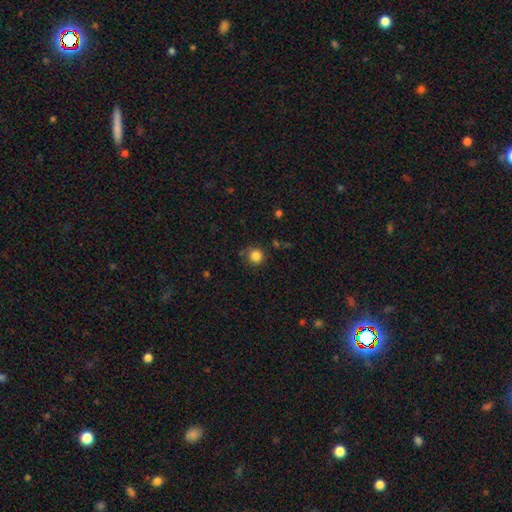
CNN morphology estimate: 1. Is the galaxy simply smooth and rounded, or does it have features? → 84% smooth, 11% star or artifact, 5% featured or disk.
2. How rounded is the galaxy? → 92% round, 7% in between, 1% cigar-shaped.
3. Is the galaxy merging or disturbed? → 78% none, 14% minor disturbance, 4% major disturbance, 3% merger.